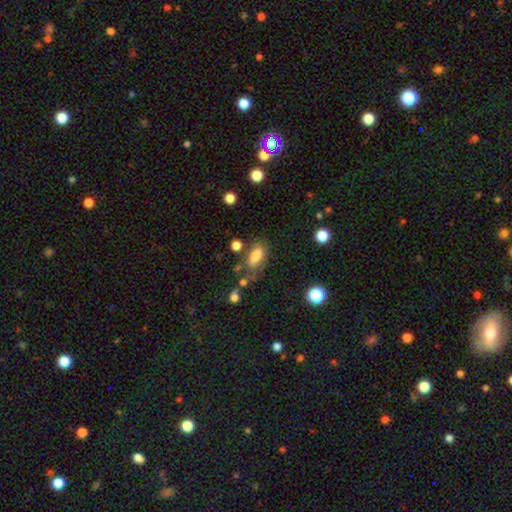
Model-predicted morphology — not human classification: Smooth or featured? smooth (77%)
How rounded? in between (87%)
Merging? none (57%)